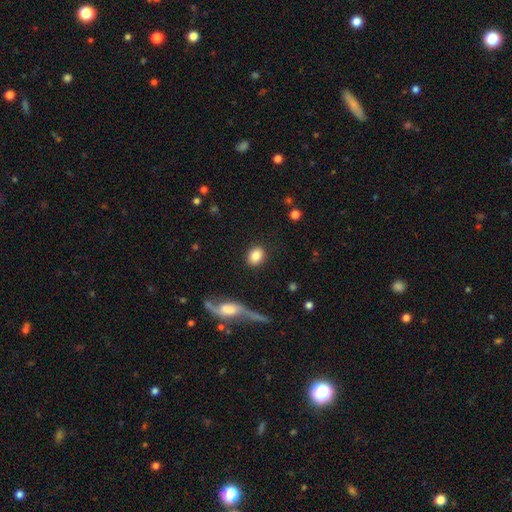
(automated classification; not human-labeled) smooth-or-featured: smooth: 84% | featured or disk: 8% | star or artifact: 7%
  how-rounded: in between: 56% | round: 42% | cigar-shaped: 2%
  merging: none: 87% | minor disturbance: 8% | major disturbance: 3% | merger: 2%